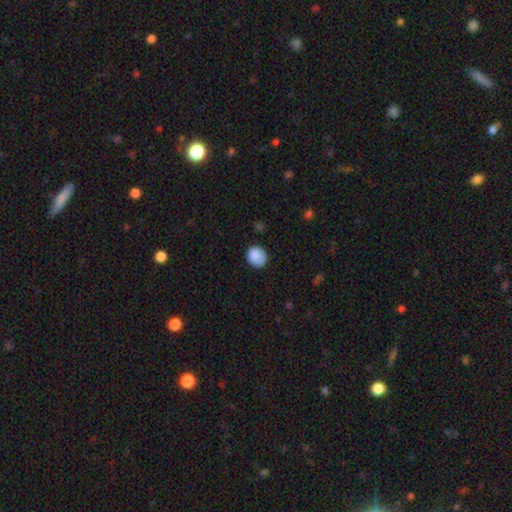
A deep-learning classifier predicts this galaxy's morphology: smooth 87%, star or artifact 8%, featured or disk 4%. Down the decision tree: how rounded — round (77%); merging — none (79%).